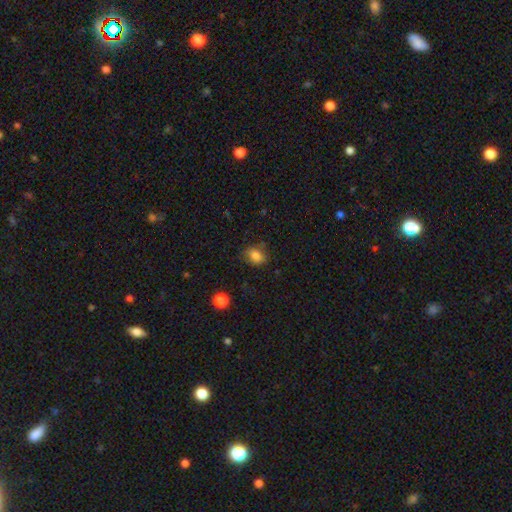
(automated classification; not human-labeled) Overall: smooth (80%). How rounded: in between (61%; round 37%). Merging: none (73%).